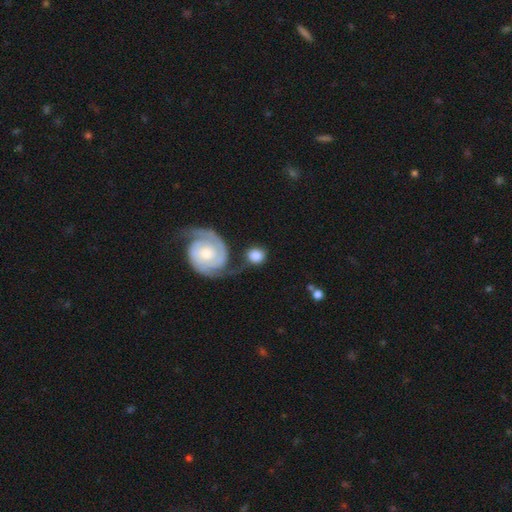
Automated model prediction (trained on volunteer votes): Smooth or featured?
  - smooth: 67% *
  - featured or disk: 26%
  - star or artifact: 7%
How rounded?
  - round: 83% *
  - in between: 16%
  - cigar-shaped: 1%
Merging?
  - none: 59% *
  - merger: 17%
  - minor disturbance: 15%
  - major disturbance: 8%